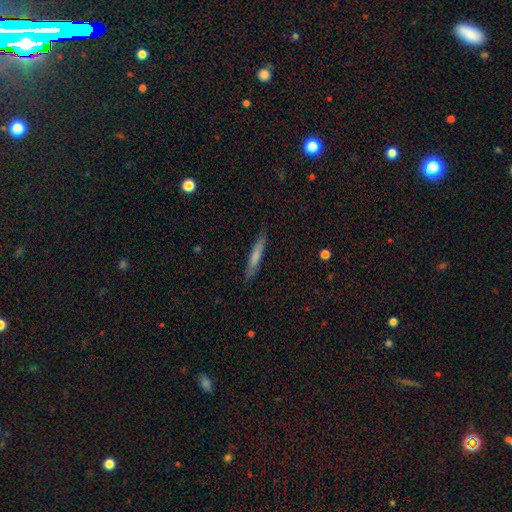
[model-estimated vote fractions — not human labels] smooth_or_featured: smooth (p=0.71) [alt: featured or disk p=0.23]
how_rounded: cigar-shaped (p=0.93) [alt: in between p=0.06]
merging: none (p=0.87) [alt: minor disturbance p=0.10]